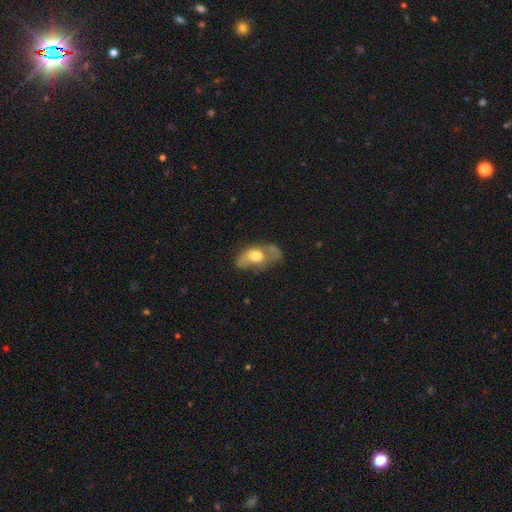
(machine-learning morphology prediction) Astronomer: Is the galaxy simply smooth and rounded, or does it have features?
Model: smooth — 48% (runner-up: featured or disk, 44%).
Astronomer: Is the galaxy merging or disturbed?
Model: none — 38% (runner-up: minor disturbance, 30%).